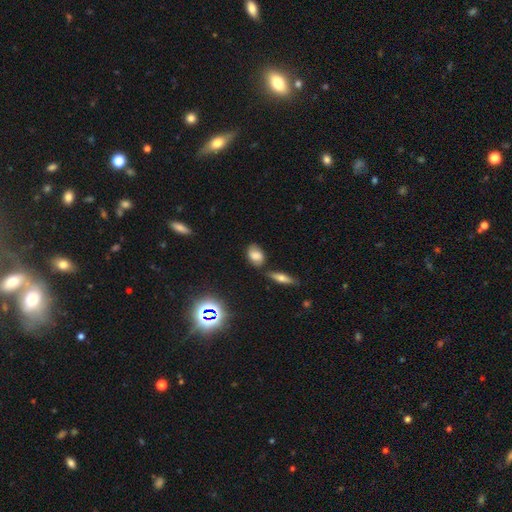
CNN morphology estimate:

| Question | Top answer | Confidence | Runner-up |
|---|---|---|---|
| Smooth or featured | smooth | 65% | featured or disk (20%) |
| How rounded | in between | 76% | round (21%) |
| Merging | none | 68% | minor disturbance (19%) |